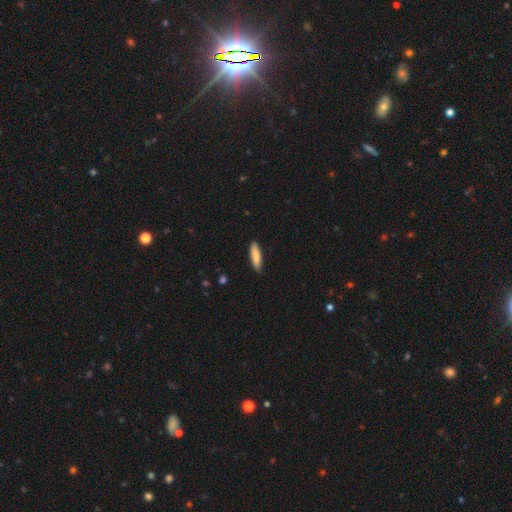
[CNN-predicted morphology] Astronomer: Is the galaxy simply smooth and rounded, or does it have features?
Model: smooth — 85%.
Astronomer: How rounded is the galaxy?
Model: cigar-shaped — 71%.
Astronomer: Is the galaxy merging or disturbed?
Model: none — 87%.